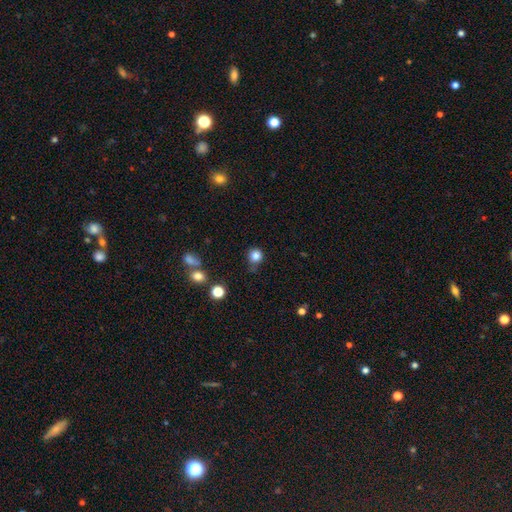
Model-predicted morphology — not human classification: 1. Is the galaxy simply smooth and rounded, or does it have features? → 83% smooth, 12% star or artifact, 5% featured or disk.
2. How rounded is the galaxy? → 90% round, 9% in between, 1% cigar-shaped.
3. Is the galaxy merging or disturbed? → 72% none, 18% minor disturbance, 5% major disturbance, 5% merger.